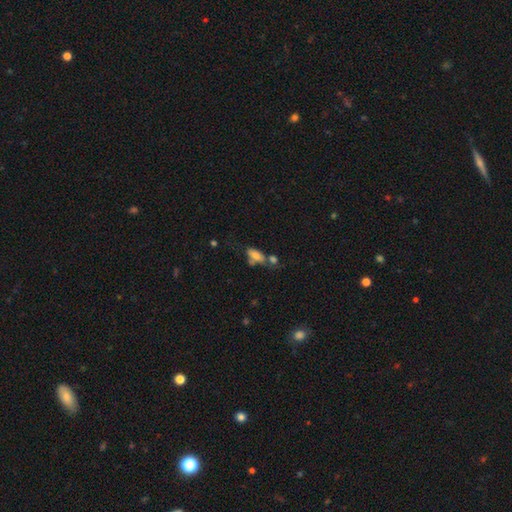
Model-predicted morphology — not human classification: A smooth galaxy with no disk features (68%) that is in between round and cigar-shaped (84%).

Vote fractions:
- Smooth or featured? smooth: 68% / featured or disk: 21% / star or artifact: 11%
- How rounded? in between: 84% / cigar-shaped: 11% / round: 5%
- Merging? none: 38% / merger: 31% / minor disturbance: 19% / major disturbance: 12%